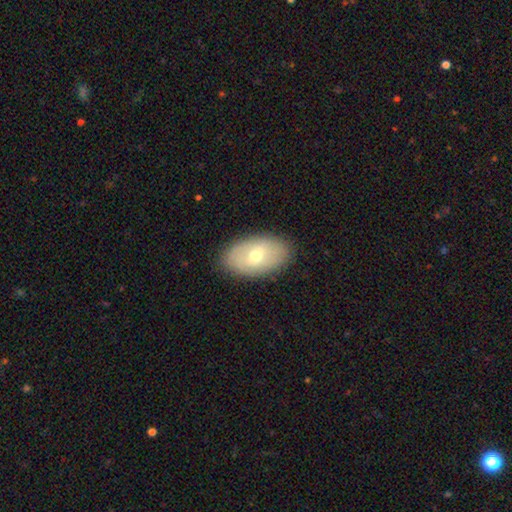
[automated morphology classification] type=smooth (58%); roundness=in between (92%); merging=none (86%).